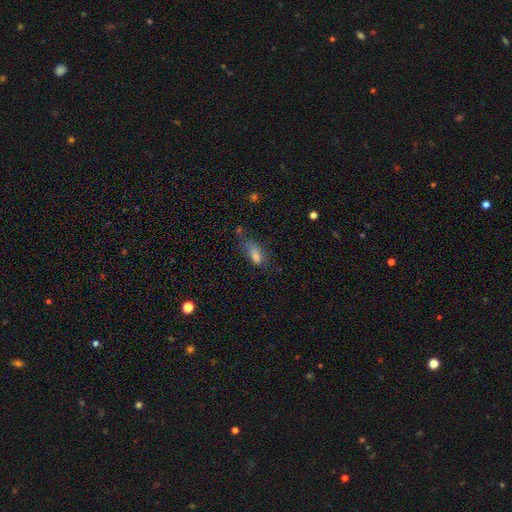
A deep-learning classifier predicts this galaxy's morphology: Overall: smooth (70%). How rounded: in between (72%). Merging: none (47%; minor disturbance 29%).